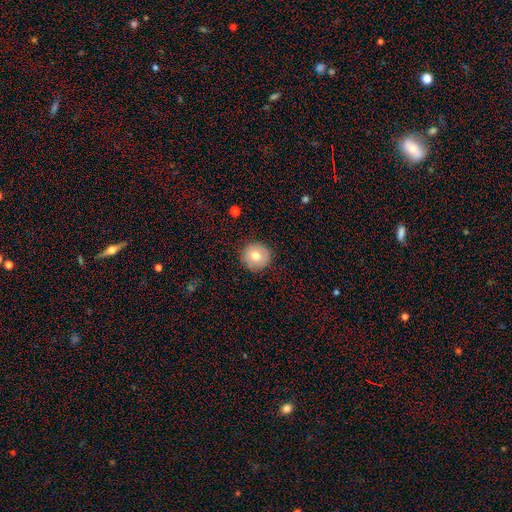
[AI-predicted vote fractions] This is likely a smooth galaxy (73%). How rounded: clearly round (94%). Merging: clearly none (90%).